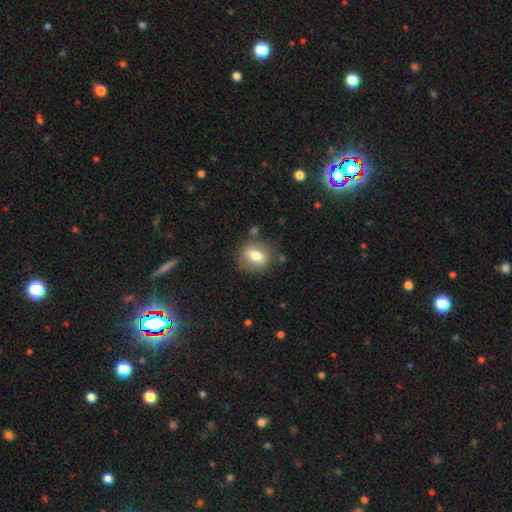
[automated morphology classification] The model was most divided on "how rounded": round: 56%, in between: 43%, cigar-shaped: 1%. More confident: merging — none (75%); smooth or featured — smooth (74%).